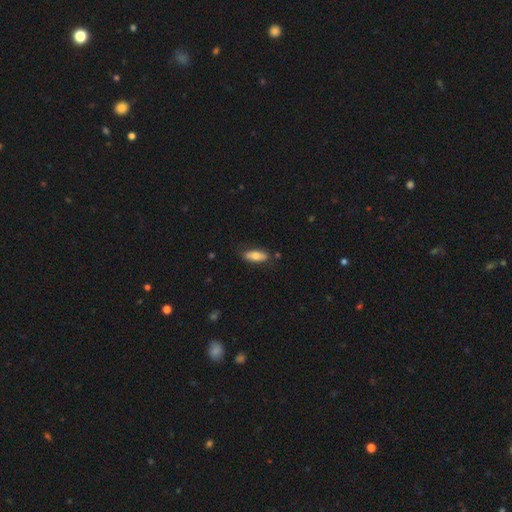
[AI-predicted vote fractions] Q: Smooth or featured?
A: smooth (70%); runner-up: featured or disk (24%)
Q: How rounded?
A: in between (72%); runner-up: cigar-shaped (25%)
Q: Merging?
A: none (79%); runner-up: minor disturbance (16%)